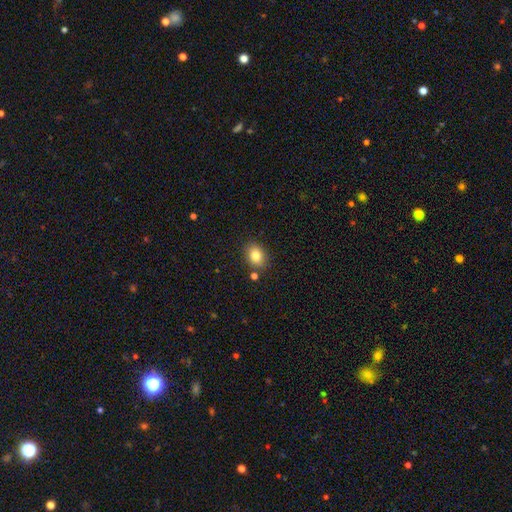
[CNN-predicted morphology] Overall: smooth (82%). How rounded: in between (56%; round 43%). Merging: none (82%).